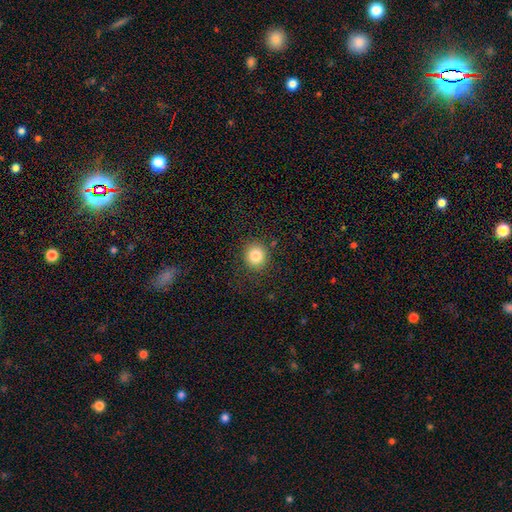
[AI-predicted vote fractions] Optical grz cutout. It shows a smooth galaxy with no disk features (83%) that is round (86%). Merging: none (88%).